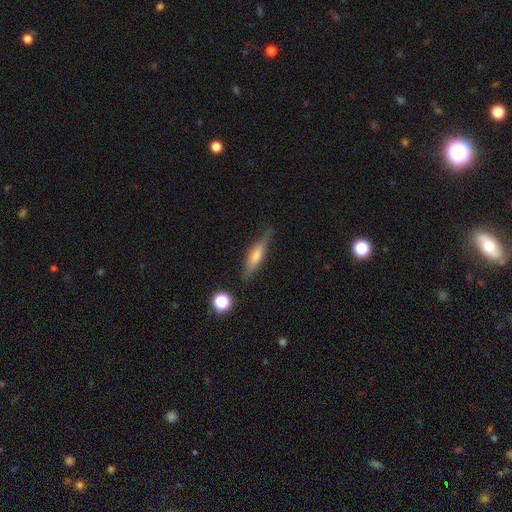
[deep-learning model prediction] Overall: featured or disk (52%; smooth 40%). Edge-on disk: yes (93%). Merging: none (80%).